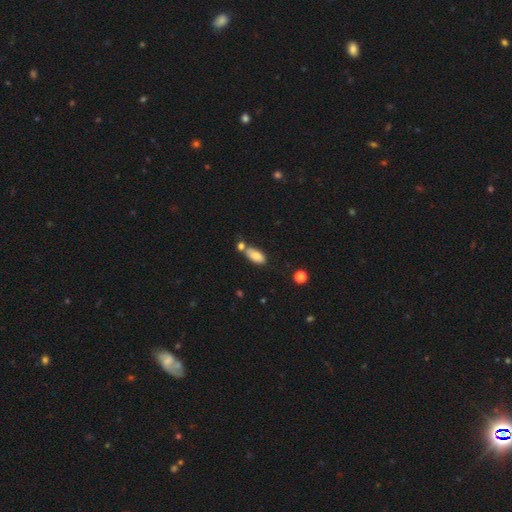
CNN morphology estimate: Smooth or featured? Predicted: smooth (p=0.77). How rounded? Predicted: in between (p=0.91). Merging? Predicted: none (p=0.52).